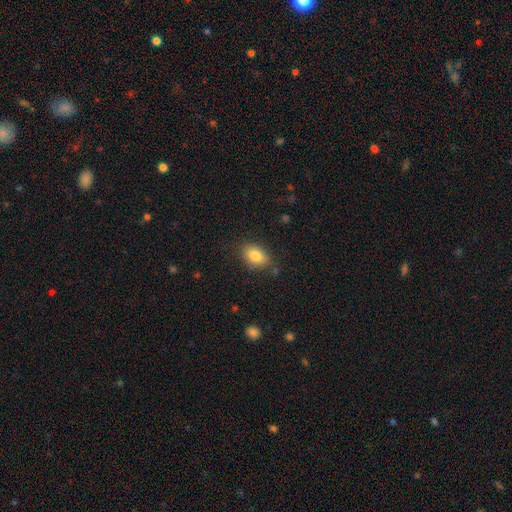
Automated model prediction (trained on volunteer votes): Q: Smooth or featured?
A: smooth (84%); runner-up: star or artifact (8%)
Q: How rounded?
A: in between (85%); runner-up: round (13%)
Q: Merging?
A: none (80%); runner-up: minor disturbance (14%)